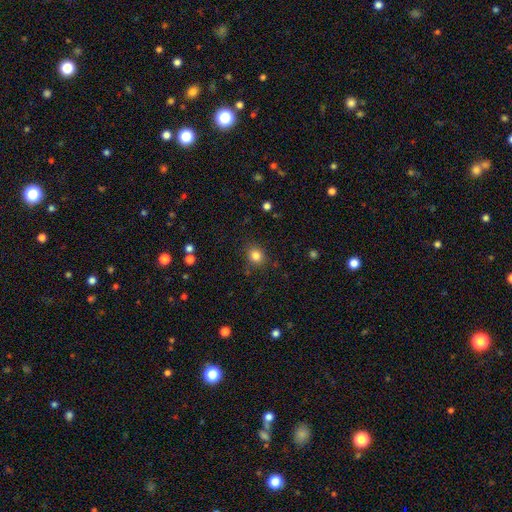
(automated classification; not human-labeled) A smooth galaxy with no disk features (83%) that is round (78%). Merging: none (85%).